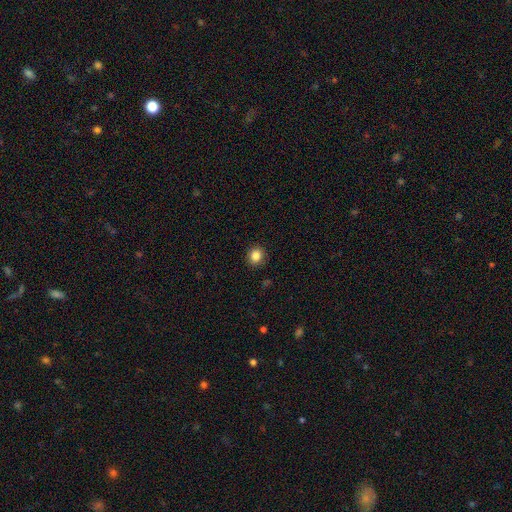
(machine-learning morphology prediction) This appears to be a smooth galaxy with no disk features (85%) that is round (85%). Merging: none (90%).